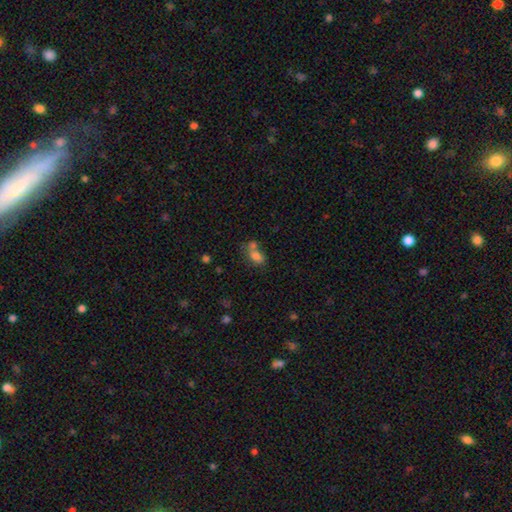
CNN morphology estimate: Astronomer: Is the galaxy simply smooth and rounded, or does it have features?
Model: smooth — 76%.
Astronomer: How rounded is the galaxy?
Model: in between — 81%.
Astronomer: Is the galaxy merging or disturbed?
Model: merger — 49% (runner-up: none, 31%).